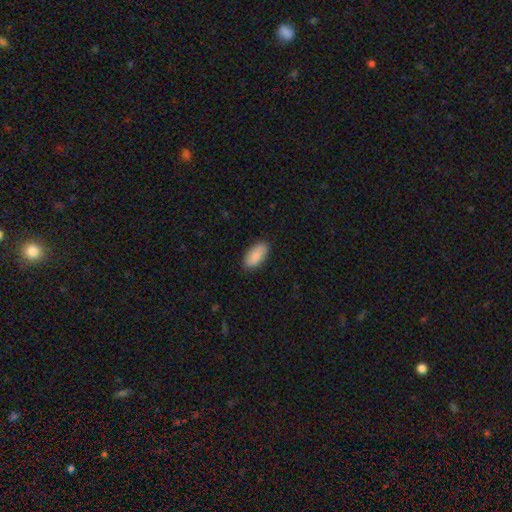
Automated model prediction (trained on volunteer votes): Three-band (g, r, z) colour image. It shows a smooth galaxy with no disk features (86%) that is in between round and cigar-shaped (92%). Merging: none (87%).